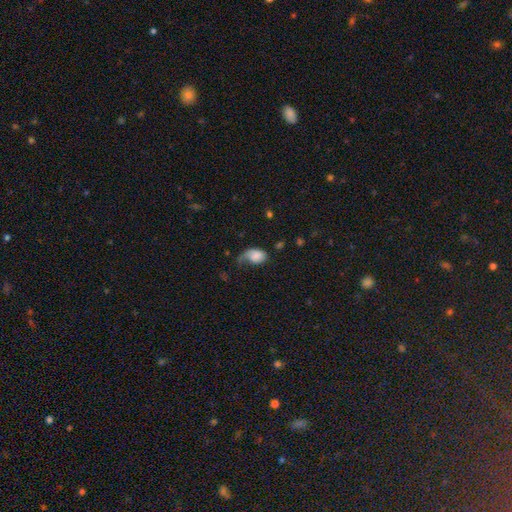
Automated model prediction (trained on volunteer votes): smooth 68%, featured or disk 23%, star or artifact 8%. Down the decision tree: how rounded — in between (85%); merging — major disturbance (44%).